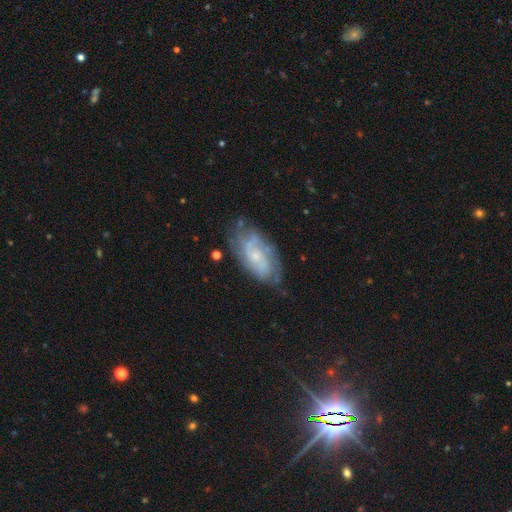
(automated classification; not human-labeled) The model was most divided on "spiral winding": tight: 48%, medium: 36%, loose: 16%. Remaining: edge-on disk — no (94%); spiral arms — yes (84%); smooth or featured — featured or disk (70%); bar — no (69%); bulge size — small (68%); merging — none (66%); spiral arm count — can't tell (47%).